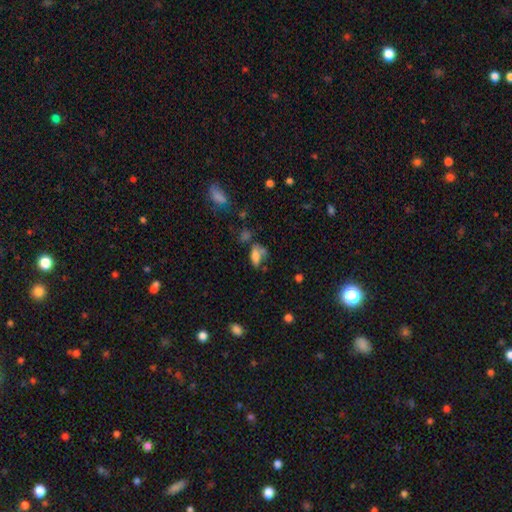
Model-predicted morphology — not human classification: smooth 68%, featured or disk 18%, star or artifact 13%. Down the decision tree: how rounded — in between (85%); merging — none (33%).